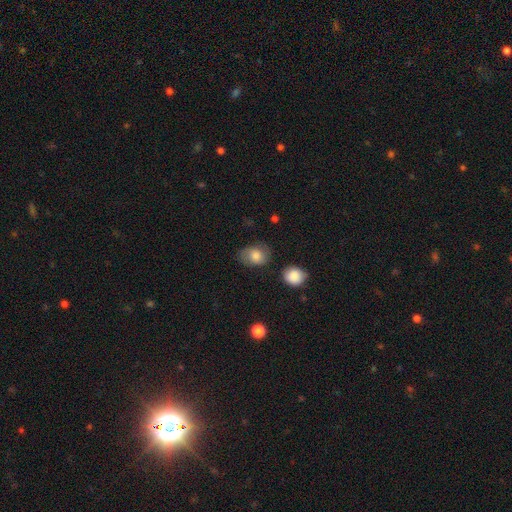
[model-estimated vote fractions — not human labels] Morphology: type=smooth (77%); roundness=in between (67%); merging=none (67%).